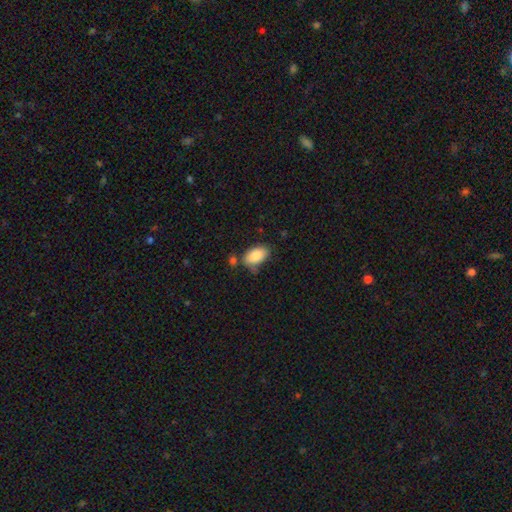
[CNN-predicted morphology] Overall: smooth (86%). How rounded: in between (93%). Merging: none (61%; minor disturbance 23%).